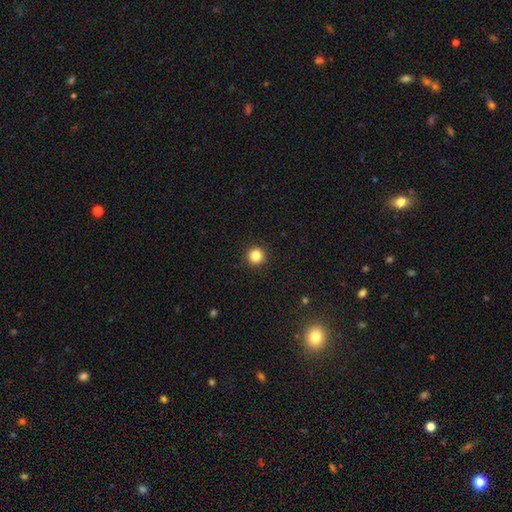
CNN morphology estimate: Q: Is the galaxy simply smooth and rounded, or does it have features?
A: smooth — 84%.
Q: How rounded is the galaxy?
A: round — 95%.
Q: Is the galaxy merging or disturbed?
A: none — 93%.